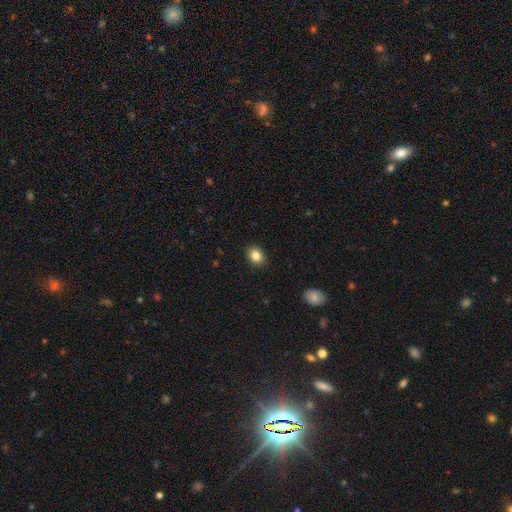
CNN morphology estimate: smooth_or_featured: smooth (p=0.84) [alt: star or artifact p=0.10]
how_rounded: round (p=0.54) [alt: in between p=0.45]
merging: none (p=0.91) [alt: minor disturbance p=0.07]